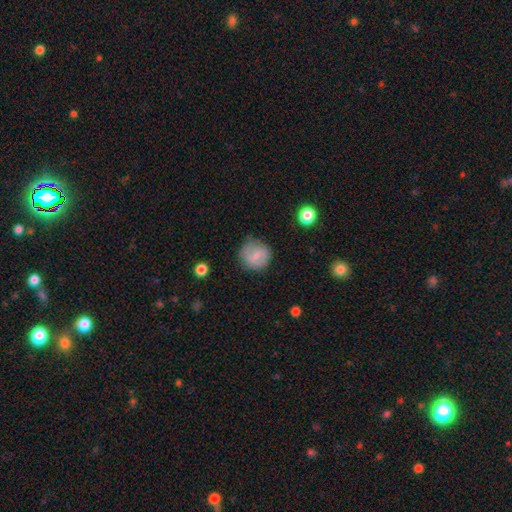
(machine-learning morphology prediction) Smooth or featured: smooth — 65% (featured or disk — 27%)
How rounded: round — 85% (in between — 14%)
Merging: none — 69% (minor disturbance — 22%)